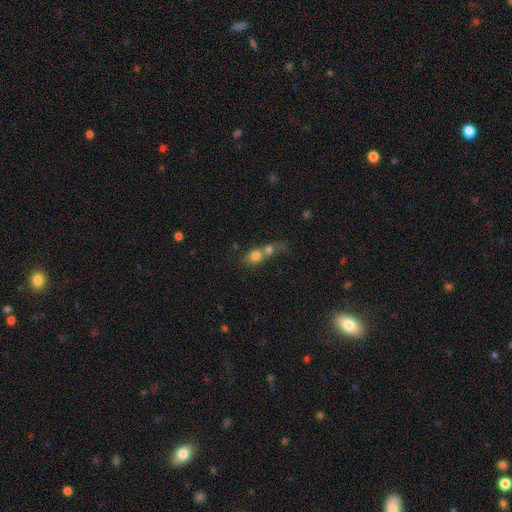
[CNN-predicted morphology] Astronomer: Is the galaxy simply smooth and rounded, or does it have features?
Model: smooth — 75%.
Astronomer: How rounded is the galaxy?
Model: round — 66%.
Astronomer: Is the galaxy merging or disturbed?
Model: merger — 71%.